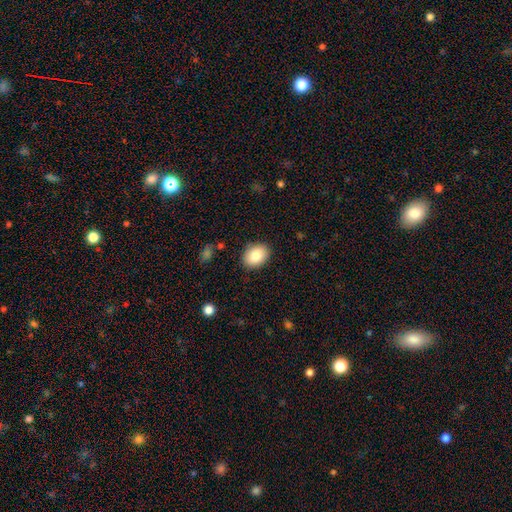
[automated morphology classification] A smooth galaxy with no disk features (85%) that is in between round and cigar-shaped (70%).

Vote fractions:
- Smooth or featured? smooth: 85% / featured or disk: 8% / star or artifact: 7%
- How rounded? in between: 70% / round: 29% / cigar-shaped: 1%
- Merging? none: 88% / minor disturbance: 9% / major disturbance: 2% / merger: 1%